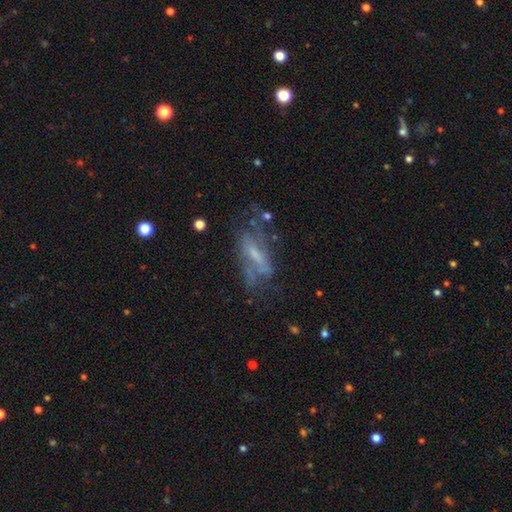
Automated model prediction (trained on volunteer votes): A featured or disk galaxy (62%). Merging: none (44%).